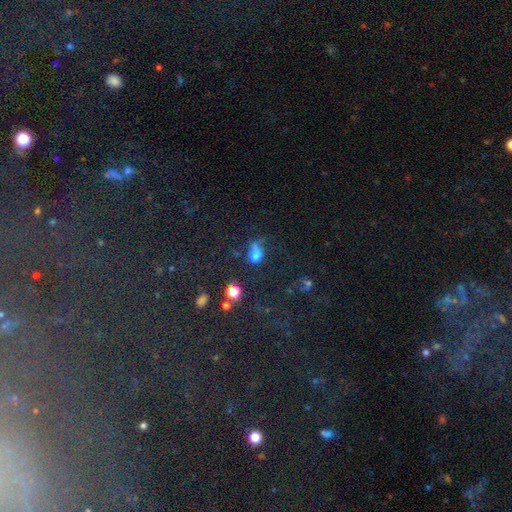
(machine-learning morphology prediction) This appears to be a smooth galaxy with no disk features (59%) that is round (51%). Merging: none (38%).